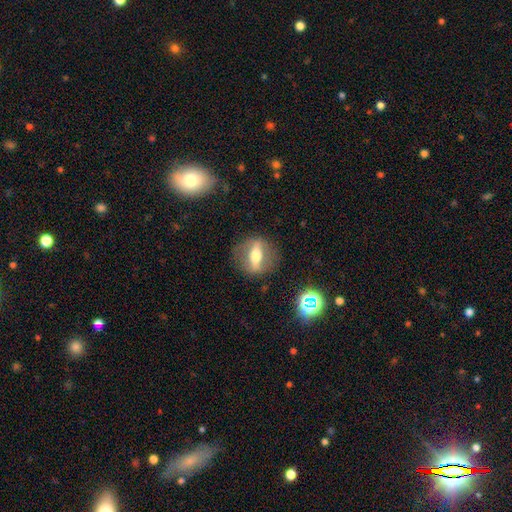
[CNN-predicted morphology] smooth-or-featured: featured or disk: 63% | smooth: 27% | star or artifact: 10%
  disk-edge-on: yes: 53% | no: 47%
  merging: none: 83% | minor disturbance: 10% | major disturbance: 6% | merger: 2%